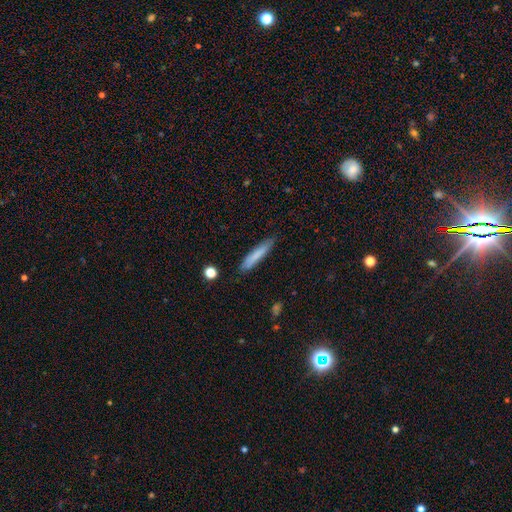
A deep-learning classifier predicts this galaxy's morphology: Overall: smooth (78%). How rounded: cigar-shaped (91%). Merging: none (86%).